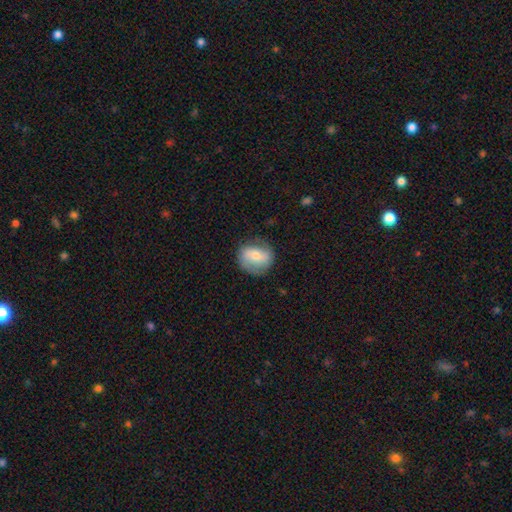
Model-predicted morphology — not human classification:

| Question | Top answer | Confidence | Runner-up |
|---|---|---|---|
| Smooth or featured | smooth | 48% | featured or disk (45%) |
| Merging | none | 76% | minor disturbance (17%) |